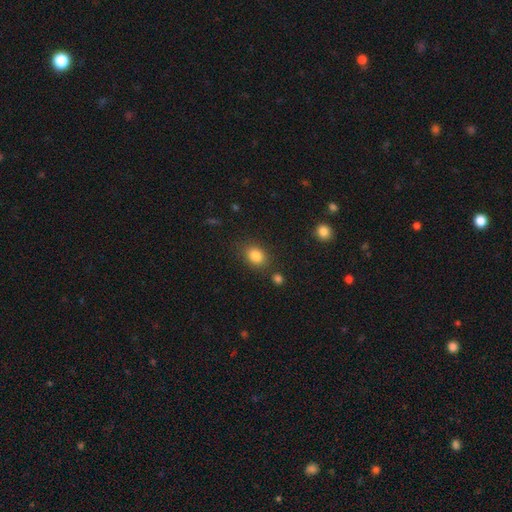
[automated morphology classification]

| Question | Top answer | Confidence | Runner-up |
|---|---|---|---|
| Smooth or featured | smooth | 83% | star or artifact (11%) |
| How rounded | in between | 60% | round (39%) |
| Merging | none | 78% | minor disturbance (13%) |